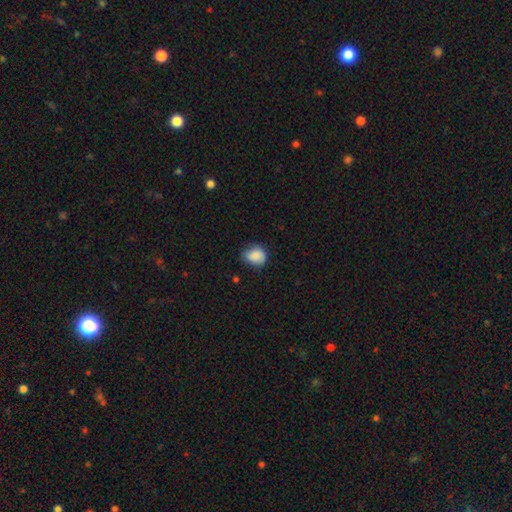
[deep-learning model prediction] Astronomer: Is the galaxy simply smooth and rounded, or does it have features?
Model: smooth — 87%.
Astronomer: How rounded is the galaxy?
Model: round — 56% (runner-up: in between, 43%).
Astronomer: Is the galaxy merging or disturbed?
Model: none — 61%.